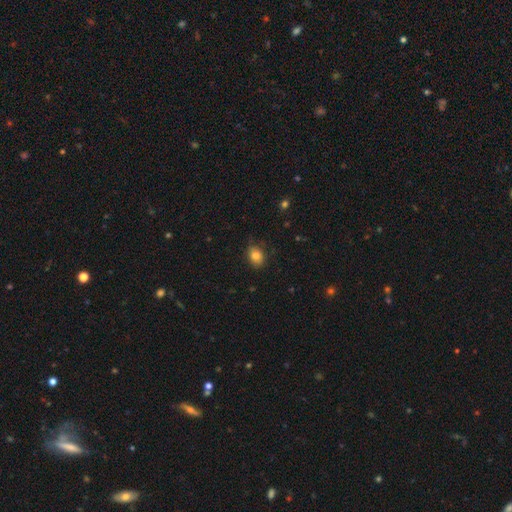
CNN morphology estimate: smooth 82%, star or artifact 10%, featured or disk 8%. Down the decision tree: how rounded — in between (61%); merging — none (78%).